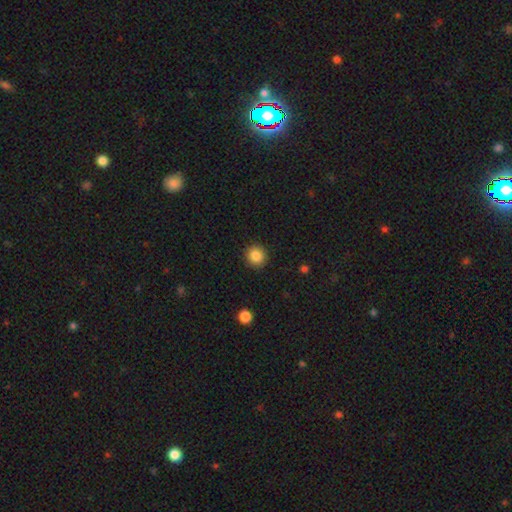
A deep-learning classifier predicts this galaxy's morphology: A smooth galaxy with no disk features (86%) that is round (91%).

Vote fractions:
- Smooth or featured? smooth: 86% / star or artifact: 10% / featured or disk: 4%
- How rounded? round: 91% / in between: 8% / cigar-shaped: 1%
- Merging? none: 91% / minor disturbance: 6% / major disturbance: 2% / merger: 1%